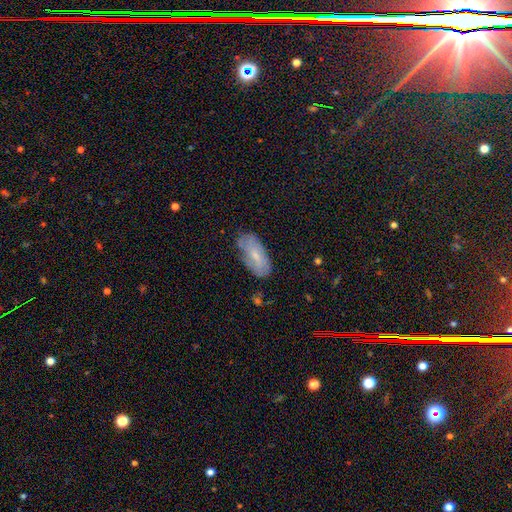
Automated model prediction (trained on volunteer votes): smooth-or-featured: smooth: 57% | featured or disk: 35% | star or artifact: 8%
  how-rounded: in between: 89% | cigar-shaped: 9% | round: 2%
  merging: none: 69% | minor disturbance: 24% | major disturbance: 5% | merger: 2%